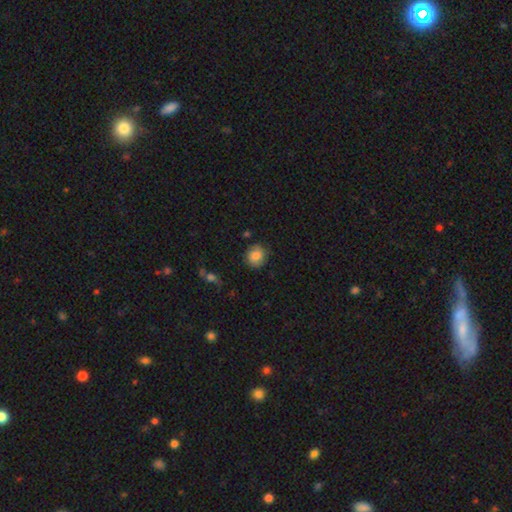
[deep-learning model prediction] Smooth or featured: smooth — 69% (featured or disk — 22%)
How rounded: round — 78% (in between — 21%)
Merging: none — 80% (minor disturbance — 15%)